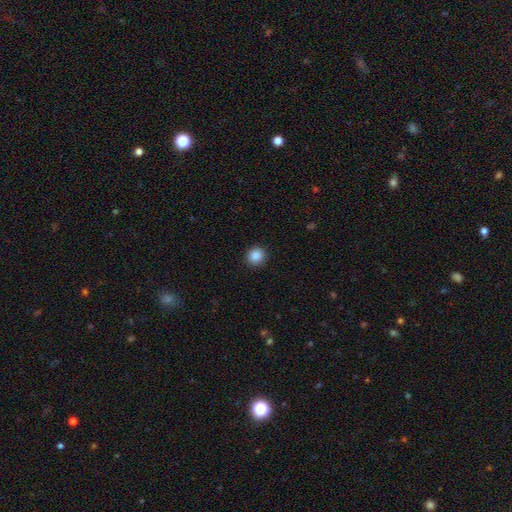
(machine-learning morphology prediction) Q: Smooth or featured?
A: smooth (88%); runner-up: star or artifact (9%)
Q: How rounded?
A: round (88%); runner-up: in between (11%)
Q: Merging?
A: none (92%); runner-up: minor disturbance (5%)